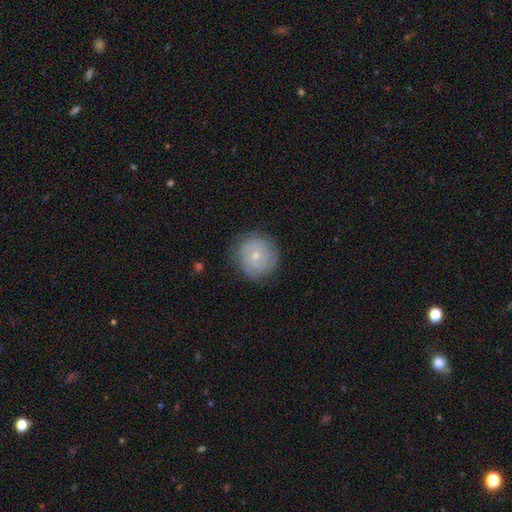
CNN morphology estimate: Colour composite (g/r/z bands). It shows a featured or disk galaxy (47%). Merging: none (82%).